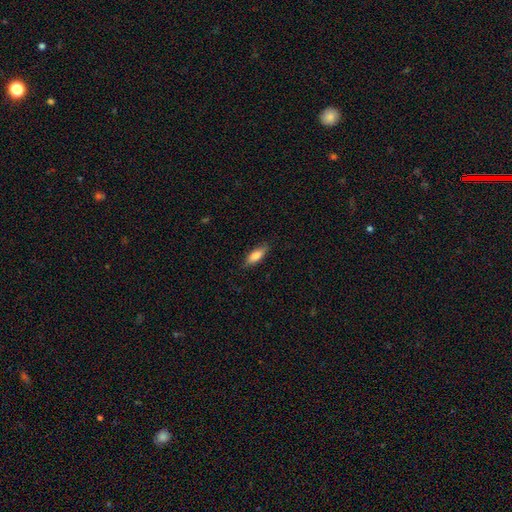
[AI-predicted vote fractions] Smooth or featured? Predicted: smooth (p=0.81). How rounded? Predicted: in between (p=0.65). Merging? Predicted: none (p=0.82).